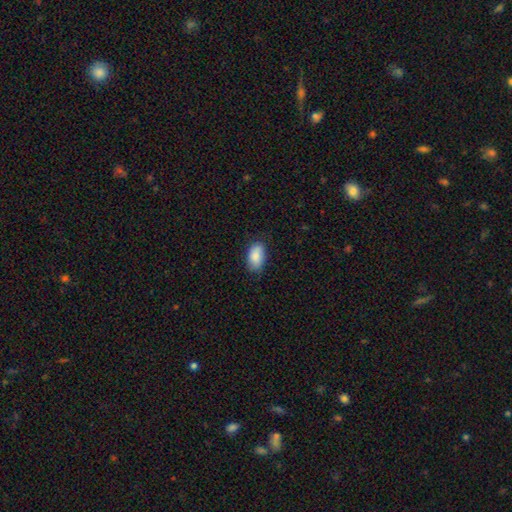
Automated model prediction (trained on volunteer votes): smooth-or-featured: smooth: 87% | star or artifact: 7% | featured or disk: 6%
  how-rounded: in between: 93% | round: 5% | cigar-shaped: 2%
  merging: none: 79% | minor disturbance: 17% | major disturbance: 3% | merger: 1%